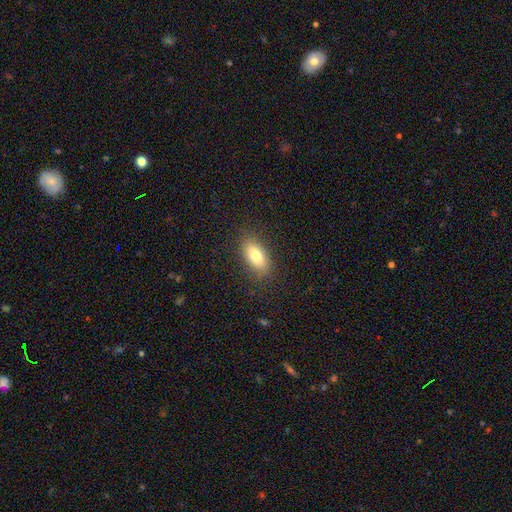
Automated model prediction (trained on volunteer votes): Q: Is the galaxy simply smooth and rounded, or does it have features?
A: smooth — 79%.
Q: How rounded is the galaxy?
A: in between — 87%.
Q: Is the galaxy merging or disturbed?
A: none — 86%.